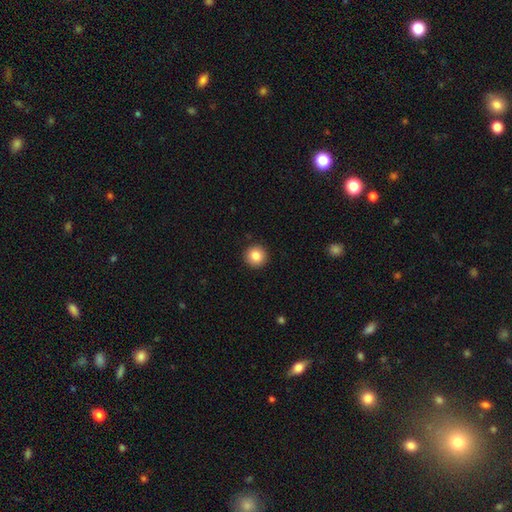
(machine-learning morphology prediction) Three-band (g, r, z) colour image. It shows a smooth galaxy with no disk features (84%) that is round (95%). Merging: none (93%).